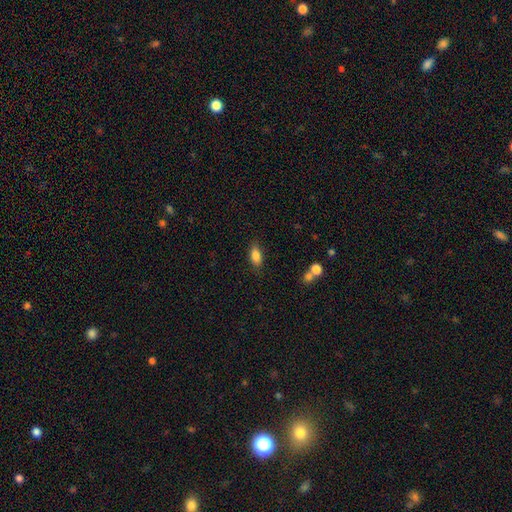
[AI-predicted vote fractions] Smooth or featured? smooth (86%)
How rounded? in between (87%)
Merging? none (82%)